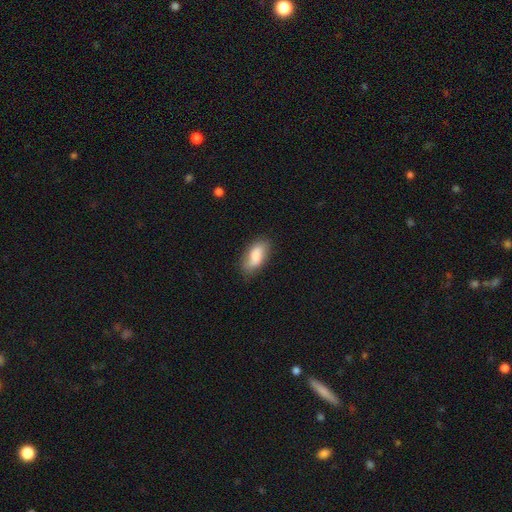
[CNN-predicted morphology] type=smooth (79%); roundness=in between (90%); merging=none (77%).